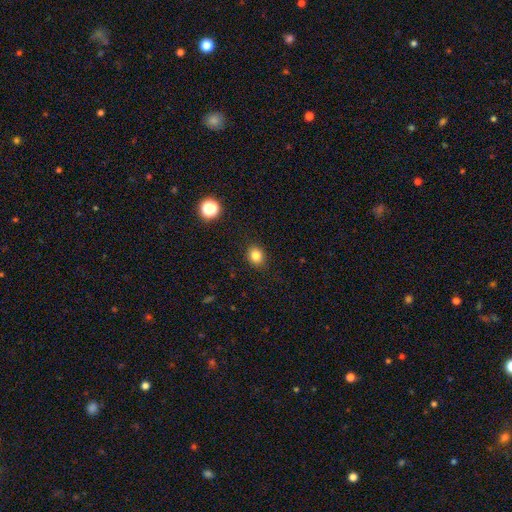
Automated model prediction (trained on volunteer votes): Smooth or featured? smooth (82%)
How rounded? round (61%)
Merging? none (88%)